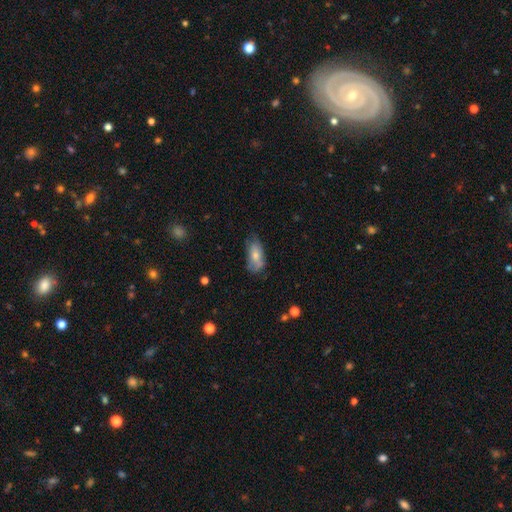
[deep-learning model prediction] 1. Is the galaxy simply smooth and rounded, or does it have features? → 72% smooth, 21% featured or disk, 7% star or artifact.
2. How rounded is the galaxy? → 88% in between, 8% cigar-shaped, 4% round.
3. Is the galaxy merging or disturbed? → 55% none, 32% minor disturbance, 9% major disturbance, 3% merger.